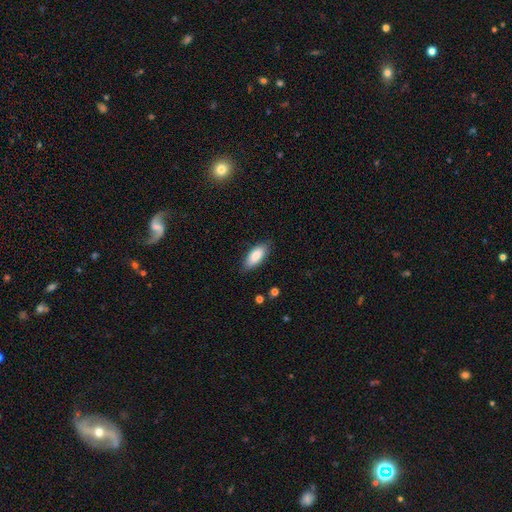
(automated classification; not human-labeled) smooth-or-featured: smooth: 83% | featured or disk: 10% | star or artifact: 6%
  how-rounded: in between: 85% | cigar-shaped: 14% | round: 2%
  merging: none: 82% | minor disturbance: 14% | major disturbance: 3% | merger: 1%